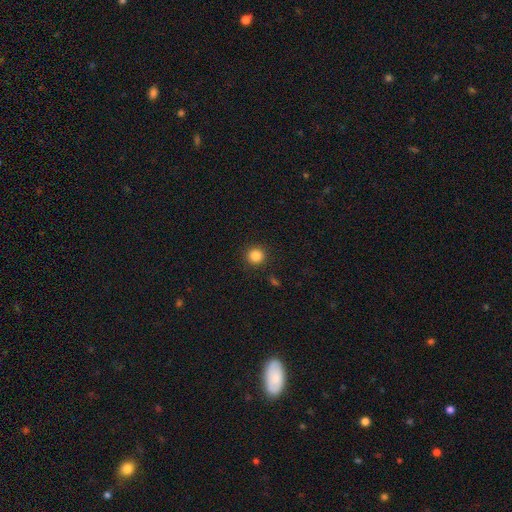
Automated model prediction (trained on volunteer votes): smooth-or-featured: smooth: 84% | star or artifact: 11% | featured or disk: 4%
  how-rounded: round: 94% | in between: 5% | cigar-shaped: 1%
  merging: none: 91% | minor disturbance: 5% | major disturbance: 2% | merger: 1%